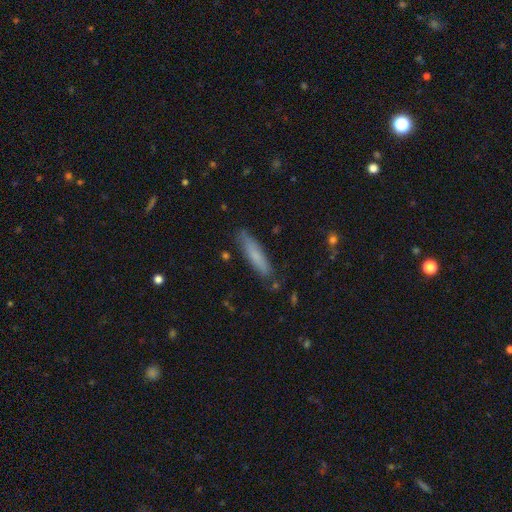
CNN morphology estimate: A smooth galaxy with no disk features (74%) that is cigar-shaped (85%).

Vote fractions:
- Smooth or featured? smooth: 74% / featured or disk: 19% / star or artifact: 7%
- How rounded? cigar-shaped: 85% / in between: 14% / round: 1%
- Merging? none: 84% / minor disturbance: 12% / major disturbance: 2% / merger: 2%